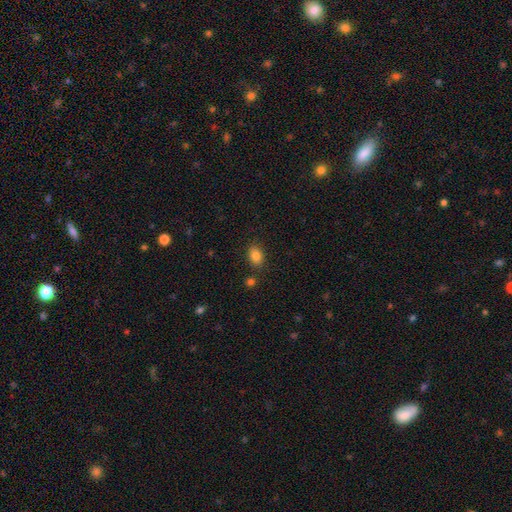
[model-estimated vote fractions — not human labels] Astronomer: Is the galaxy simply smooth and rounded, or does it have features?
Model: smooth — 84%.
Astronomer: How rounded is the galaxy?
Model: in between — 76%.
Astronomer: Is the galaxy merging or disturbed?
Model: none — 82%.